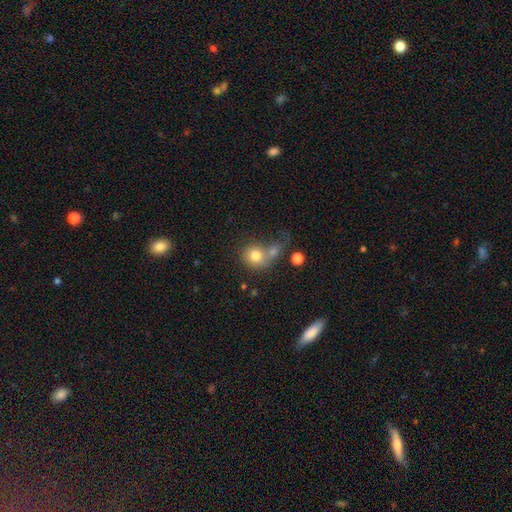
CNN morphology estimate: The model was most divided on "merging": merger: 44%, none: 36%, minor disturbance: 11%, major disturbance: 9%. More confident: how rounded — round (81%); smooth or featured — smooth (78%).